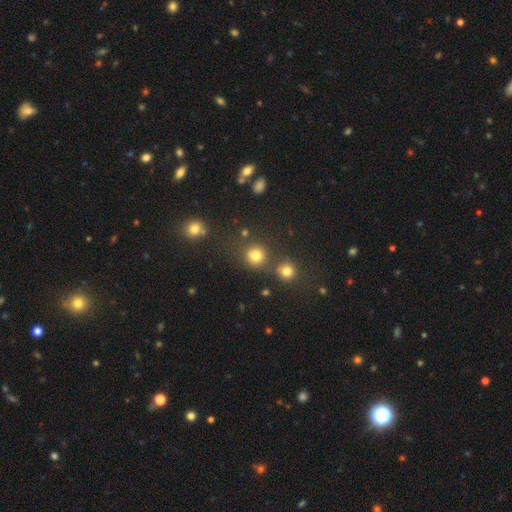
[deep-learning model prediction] This is likely a smooth galaxy (78%). How rounded: clearly round (90%). Merging: likely none (74%).